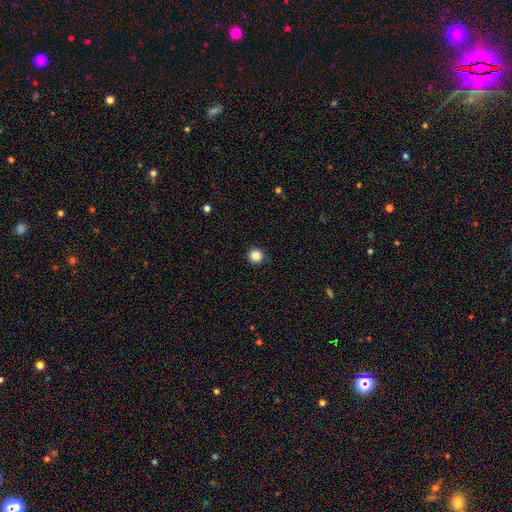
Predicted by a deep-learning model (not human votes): Smooth or featured: smooth — 86% (star or artifact — 11%)
How rounded: round — 95% (in between — 4%)
Merging: none — 91% (minor disturbance — 6%)